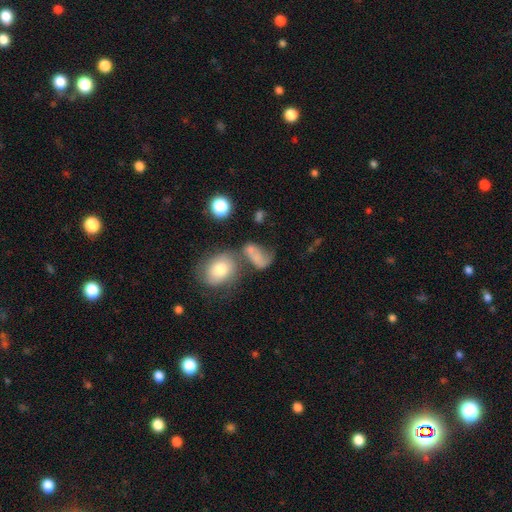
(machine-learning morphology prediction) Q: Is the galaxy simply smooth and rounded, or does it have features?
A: smooth — 56%.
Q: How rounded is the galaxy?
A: in between — 74%.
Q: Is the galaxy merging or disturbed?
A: merger — 37%.